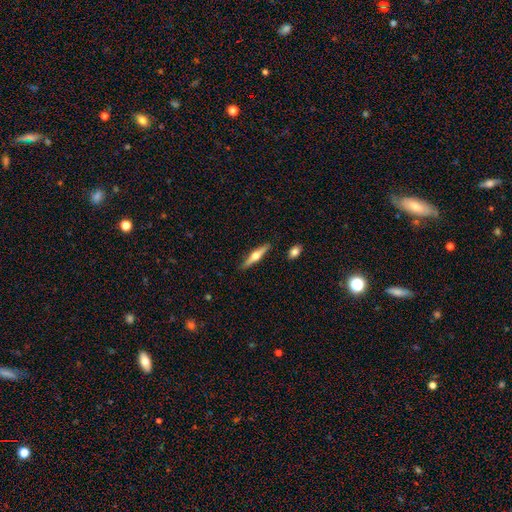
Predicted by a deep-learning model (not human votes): This appears to be a featured or disk galaxy (64%) viewed edge-on (96%) with a rounded central bulge (95%). Merging: none (88%).